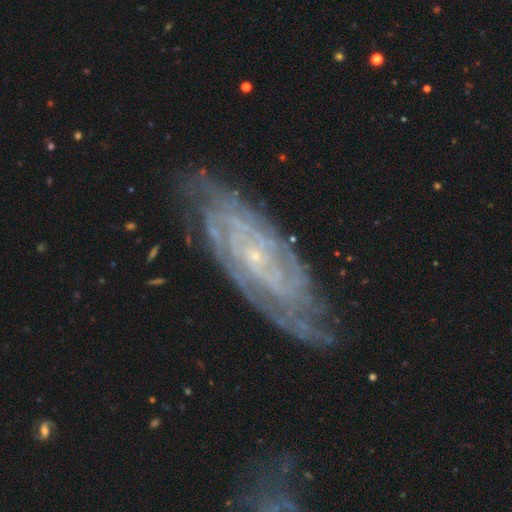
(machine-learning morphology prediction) A featured or disk galaxy (88%) with no bar (66%), tight (77%) spiral arms (97%) and a small central bulge (86%). Merging: none (77%).